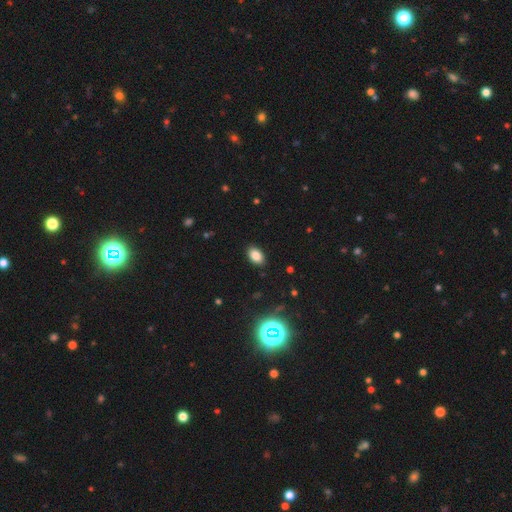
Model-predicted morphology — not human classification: smooth 81%, star or artifact 12%, featured or disk 6%. Down the decision tree: how rounded — in between (89%); merging — none (89%).